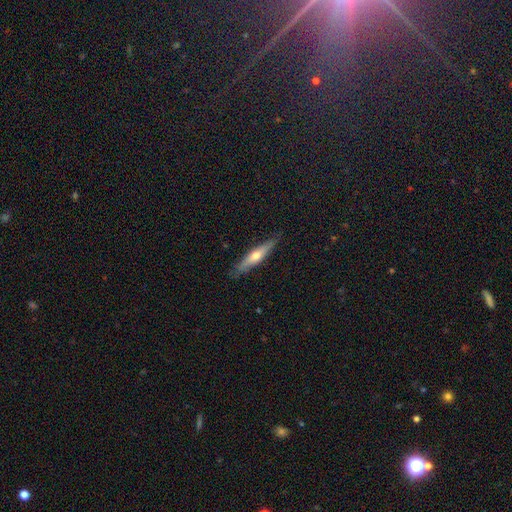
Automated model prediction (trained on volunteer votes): Q: Smooth or featured?
A: featured or disk (52%); runner-up: smooth (42%)
Q: Edge-on disk?
A: yes (92%); runner-up: no (8%)
Q: Merging?
A: none (86%); runner-up: minor disturbance (11%)